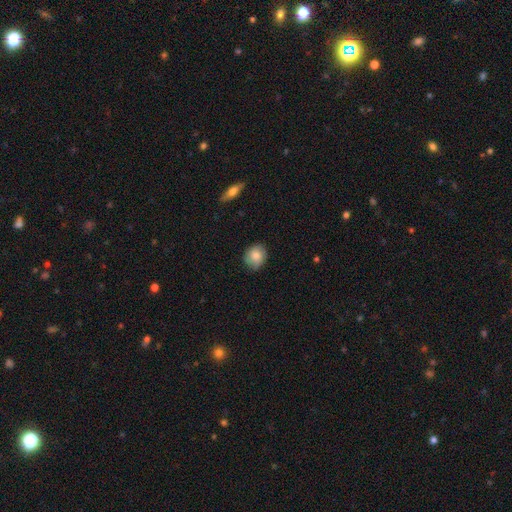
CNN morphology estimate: Overall: smooth (80%). How rounded: round (69%; in between 30%). Merging: none (77%).